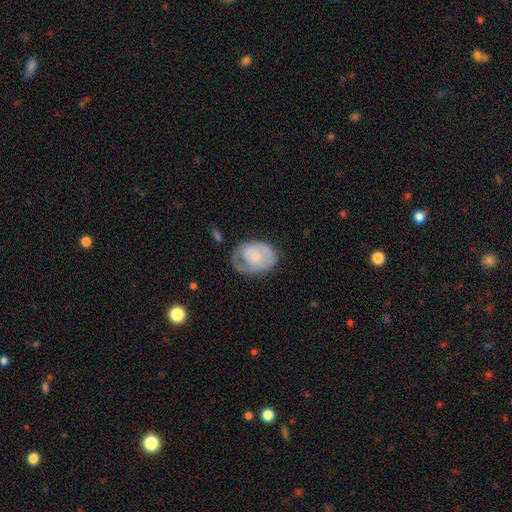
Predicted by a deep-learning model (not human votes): smooth_or_featured: featured or disk (p=0.57) [alt: smooth p=0.37]
disk_edge_on: no (p=0.97) [alt: yes p=0.03]
bar: no (p=0.78) [alt: weak p=0.19]
has_spiral_arms: yes (p=0.74) [alt: no p=0.26]
bulge_size: small (p=0.45) [alt: moderate p=0.25]
merging: none (p=0.52) [alt: minor disturbance p=0.28]